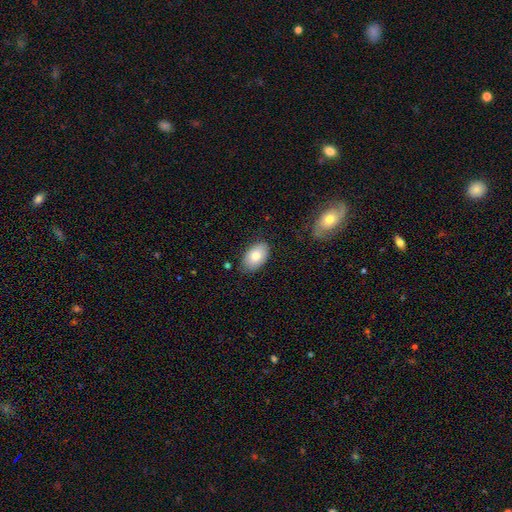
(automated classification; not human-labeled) A smooth galaxy with no disk features (80%) that is in between round and cigar-shaped (92%).

Vote fractions:
- Smooth or featured? smooth: 80% / featured or disk: 14% / star or artifact: 7%
- How rounded? in between: 92% / round: 7% / cigar-shaped: 1%
- Merging? none: 83% / minor disturbance: 13% / major disturbance: 3% / merger: 2%